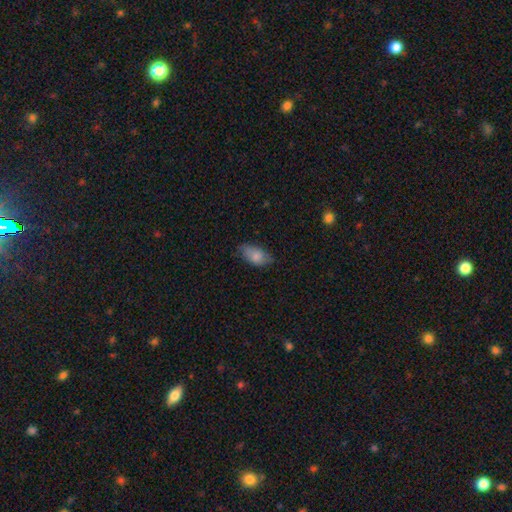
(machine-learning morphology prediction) A smooth galaxy with no disk features (81%) that is in between round and cigar-shaped (92%).

Vote fractions:
- Smooth or featured? smooth: 81% / featured or disk: 12% / star or artifact: 7%
- How rounded? in between: 92% / cigar-shaped: 5% / round: 4%
- Merging? none: 67% / minor disturbance: 26% / major disturbance: 6% / merger: 1%